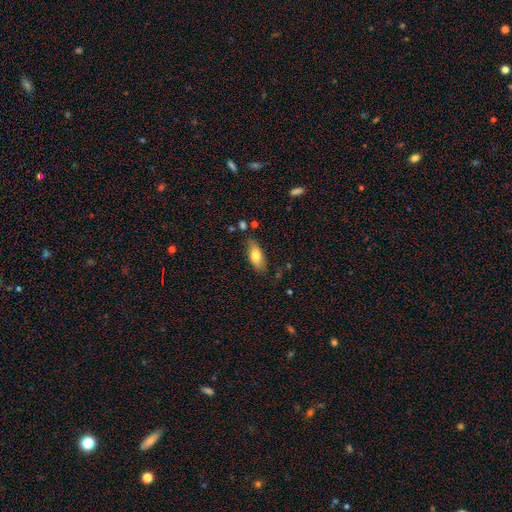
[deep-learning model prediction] A smooth galaxy with no disk features (75%) that is in between round and cigar-shaped (84%). Merging: none (73%).